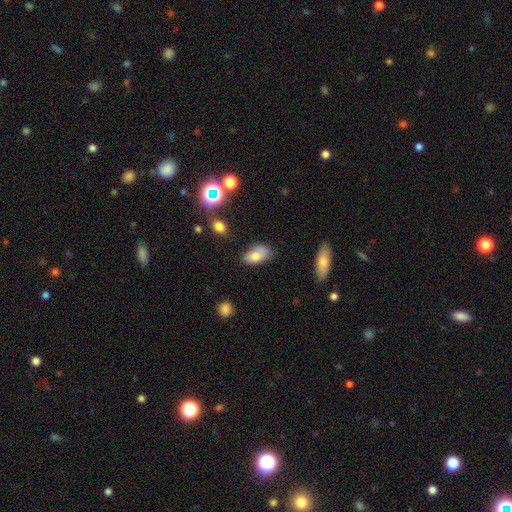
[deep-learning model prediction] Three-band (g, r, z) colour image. It shows a smooth galaxy with no disk features (78%) that is in between round and cigar-shaped (93%). Merging: none (66%).